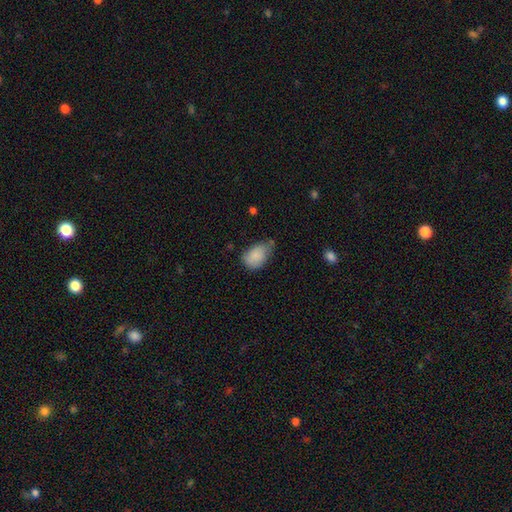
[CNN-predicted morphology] Smooth or featured: smooth — 85% (star or artifact — 8%)
How rounded: in between — 84% (round — 14%)
Merging: minor disturbance — 45% (none — 39%)